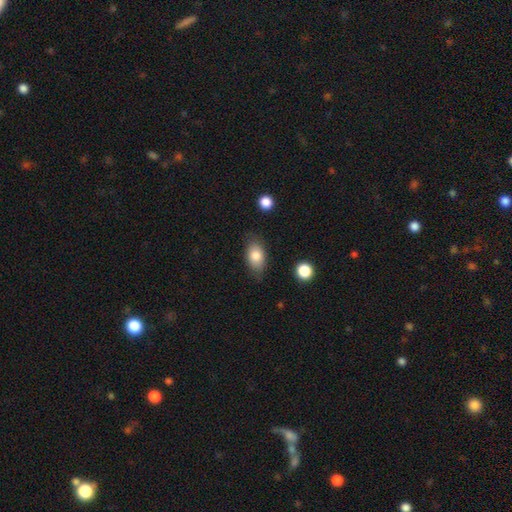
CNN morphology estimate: Q: Smooth or featured?
A: smooth (80%); runner-up: featured or disk (12%)
Q: How rounded?
A: in between (87%); runner-up: round (10%)
Q: Merging?
A: none (75%); runner-up: minor disturbance (18%)